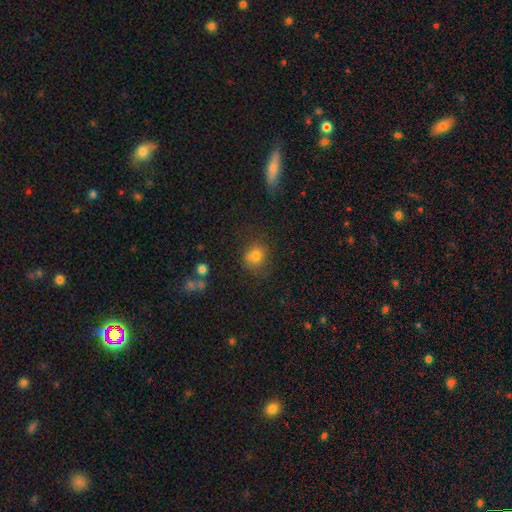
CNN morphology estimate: Smooth or featured? smooth (76%)
How rounded? round (72%)
Merging? none (64%)